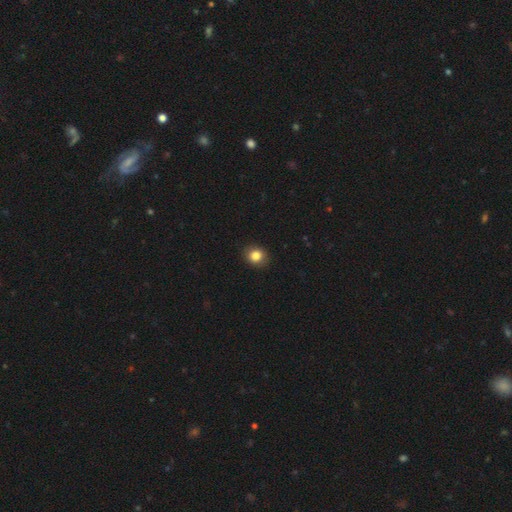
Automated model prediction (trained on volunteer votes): Overall: smooth (85%). How rounded: round (75%). Merging: none (88%).